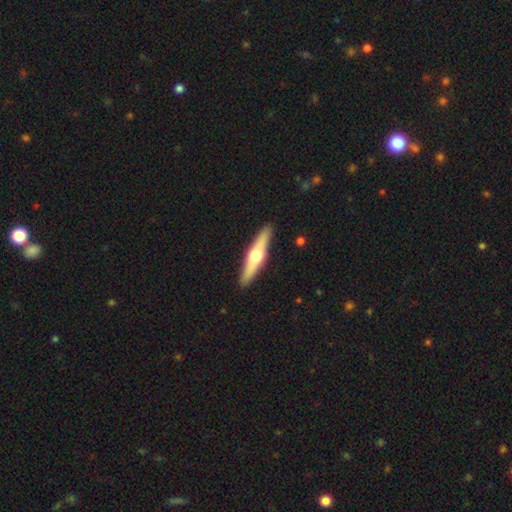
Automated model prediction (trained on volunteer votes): Overall: featured or disk (58%; smooth 37%). Edge-on disk: yes (95%). Edge-on bulge: rounded (93%). Merging: none (91%).